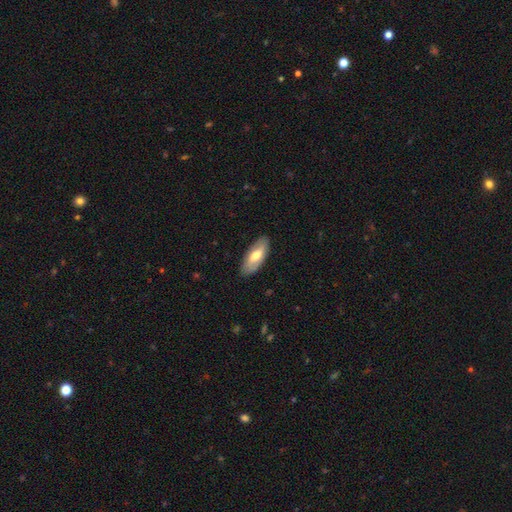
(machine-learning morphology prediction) This appears to be a smooth galaxy with no disk features (56%) that is in between round and cigar-shaped (81%). Merging: none (86%).